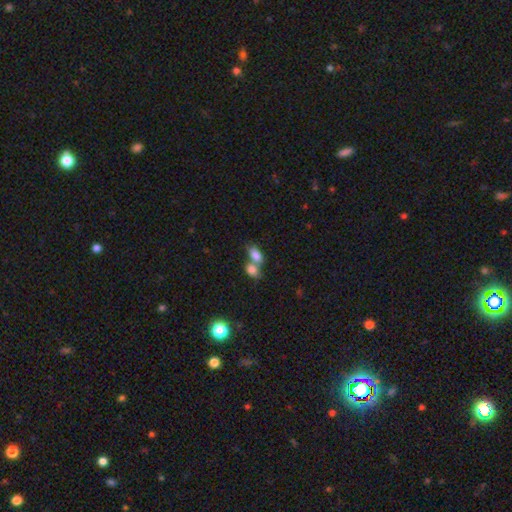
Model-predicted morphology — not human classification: A smooth galaxy with no disk features (80%) that is in between round and cigar-shaped (83%).

Vote fractions:
- Smooth or featured? smooth: 80% / featured or disk: 11% / star or artifact: 9%
- How rounded? in between: 83% / round: 14% / cigar-shaped: 3%
- Merging? merger: 63% / none: 26% / minor disturbance: 7% / major disturbance: 4%